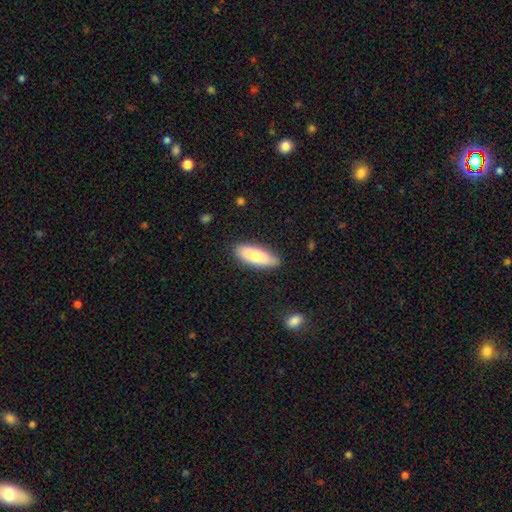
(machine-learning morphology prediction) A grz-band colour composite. It shows a smooth galaxy with no disk features (78%) that is in between round and cigar-shaped (62%). Merging: none (86%).